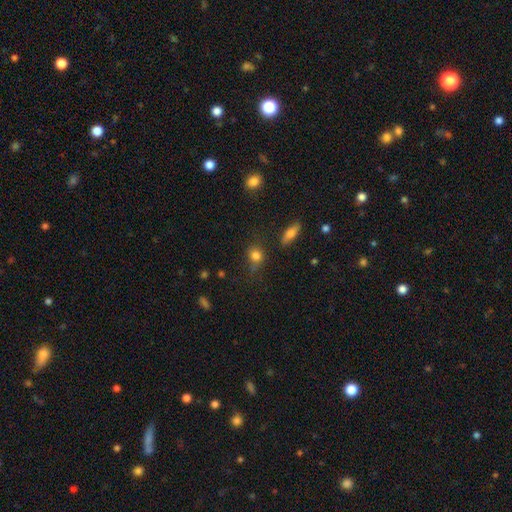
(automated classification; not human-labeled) A smooth galaxy with no disk features (80%) that is round (64%). Merging: none (63%).